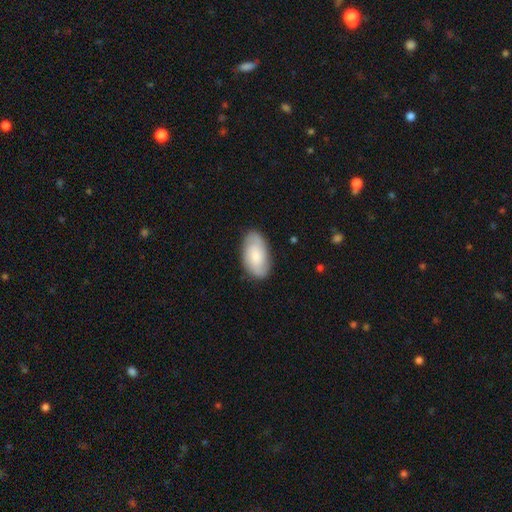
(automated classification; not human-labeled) Q: Smooth or featured?
A: smooth (60%); runner-up: featured or disk (34%)
Q: How rounded?
A: in between (94%); runner-up: cigar-shaped (3%)
Q: Merging?
A: none (83%); runner-up: minor disturbance (13%)